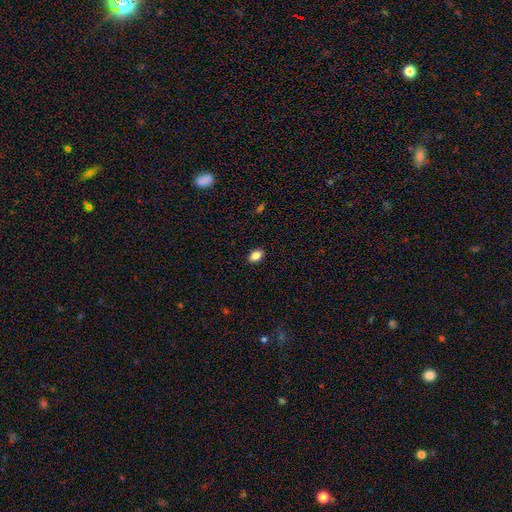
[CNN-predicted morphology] This is clearly a smooth galaxy (87%). How rounded: clearly in between (83%). Merging: clearly none (89%).